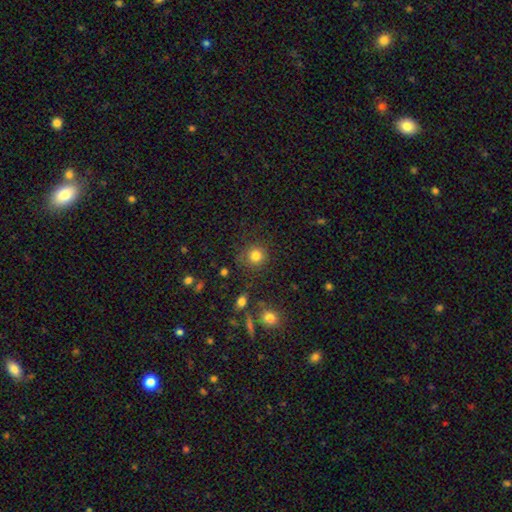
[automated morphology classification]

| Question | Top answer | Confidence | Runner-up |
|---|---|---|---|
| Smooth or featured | smooth | 81% | star or artifact (13%) |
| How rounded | round | 90% | in between (9%) |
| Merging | none | 79% | minor disturbance (12%) |